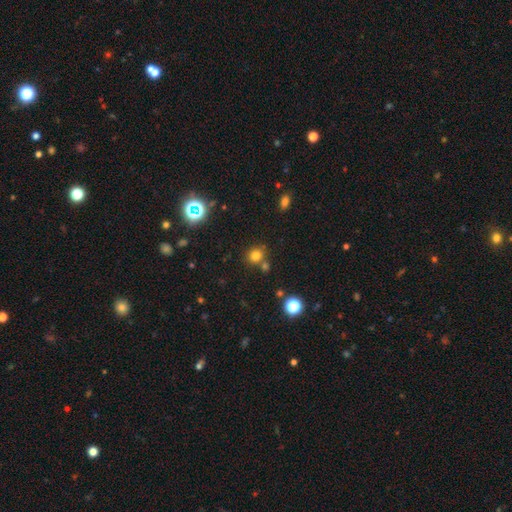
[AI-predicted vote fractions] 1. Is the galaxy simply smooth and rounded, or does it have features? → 76% smooth, 17% star or artifact, 7% featured or disk.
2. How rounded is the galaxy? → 84% round, 15% in between, 1% cigar-shaped.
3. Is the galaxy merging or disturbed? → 70% none, 17% merger, 9% minor disturbance, 3% major disturbance.